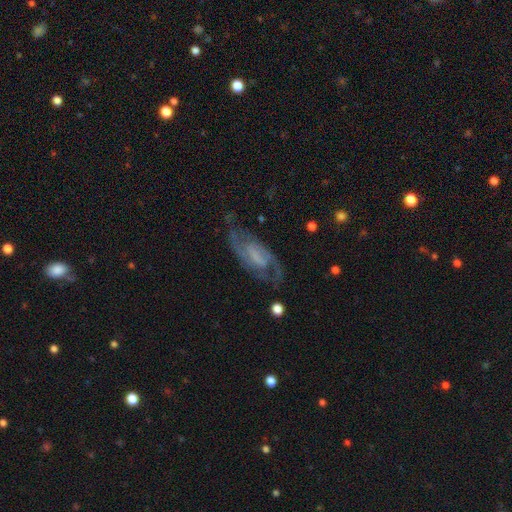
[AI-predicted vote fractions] Overall: featured or disk (80%). Edge-on disk: no (94%). Bar: weak (47%; strong 28%). Spiral arms: yes (92%). Spiral arm count: 2 (85%). Spiral winding: medium (53%; tight 26%). Bulge size: none (53%; small 24%). Merging: none (70%).